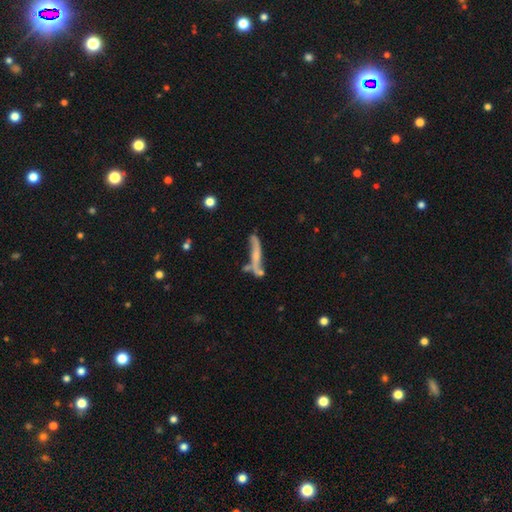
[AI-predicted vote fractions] A featured or disk galaxy (57%) viewed edge-on (56%).

Vote fractions:
- Smooth or featured? featured or disk: 57% / smooth: 35% / star or artifact: 8%
- Edge-on disk? yes: 56% / no: 44%
- Merging? none: 40% / merger: 24% / minor disturbance: 23% / major disturbance: 13%